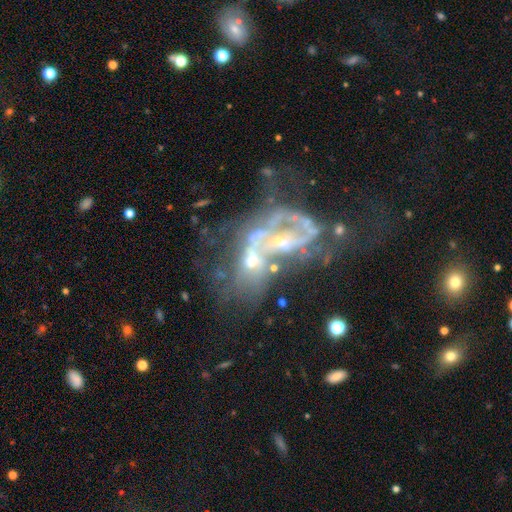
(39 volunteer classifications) Morphology: type=featured or disk (82%); edge-on=no (100%); bar=no (72%); spiral arms=no (53%); bulge=small (34%); merging=merger (44%).